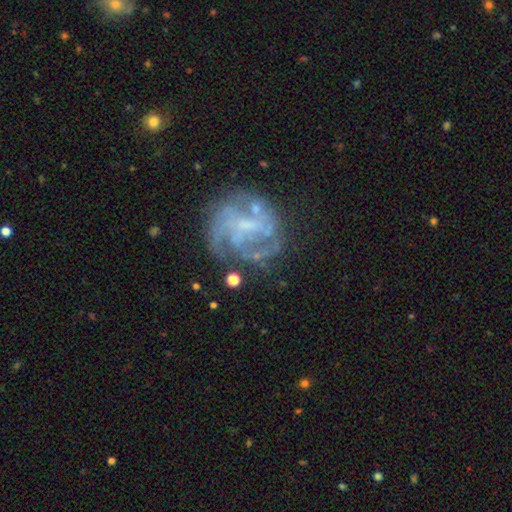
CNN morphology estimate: Smooth or featured: featured or disk — 70% (star or artifact — 16%)
Edge-on disk: no — 98% (yes — 2%)
Bar: no — 44% (weak — 41%)
Spiral arms: yes — 78% (no — 22%)
Spiral winding: tight — 45% (medium — 38%)
Spiral arm count: can't tell — 38% (3 — 21%)
Bulge size: small — 51% (none — 30%)
Merging: none — 63% (minor disturbance — 17%)